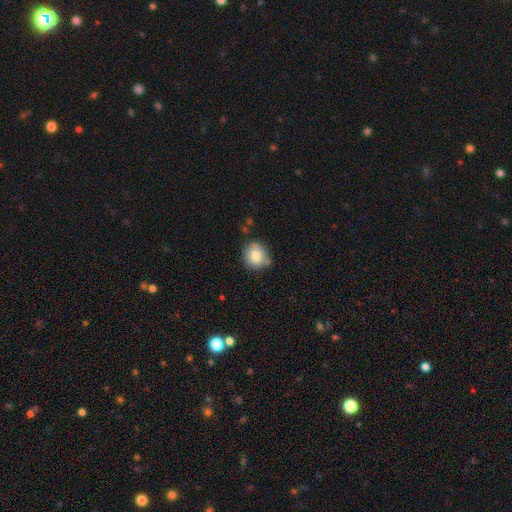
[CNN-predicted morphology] smooth_or_featured: smooth (p=0.82) [alt: featured or disk p=0.10]
how_rounded: round (p=0.81) [alt: in between p=0.18]
merging: none (p=0.65) [alt: minor disturbance p=0.26]